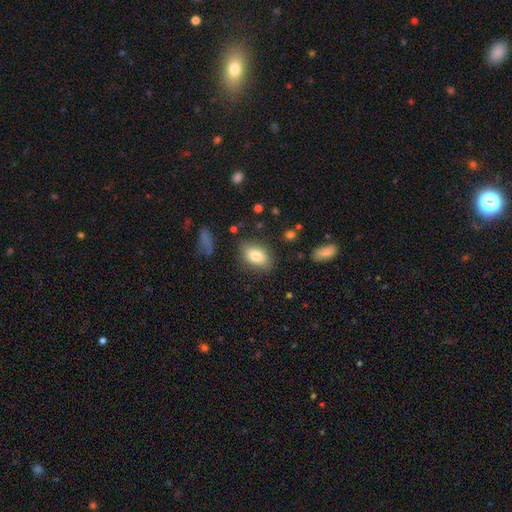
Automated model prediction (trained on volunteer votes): Smooth or featured?
  - smooth: 81% *
  - featured or disk: 11%
  - star or artifact: 8%
How rounded?
  - in between: 88% *
  - round: 9%
  - cigar-shaped: 2%
Merging?
  - none: 82% *
  - minor disturbance: 13%
  - major disturbance: 3%
  - merger: 2%